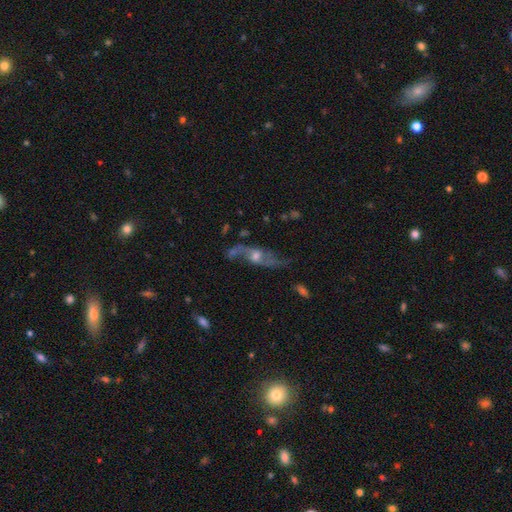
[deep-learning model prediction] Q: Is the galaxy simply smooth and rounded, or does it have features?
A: featured or disk — 76%.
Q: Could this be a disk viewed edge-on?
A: no — 75%.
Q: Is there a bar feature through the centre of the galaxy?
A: no — 65%.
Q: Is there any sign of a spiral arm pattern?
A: yes — 85%.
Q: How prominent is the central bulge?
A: moderate — 58%.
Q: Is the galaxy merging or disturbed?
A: none — 61%.